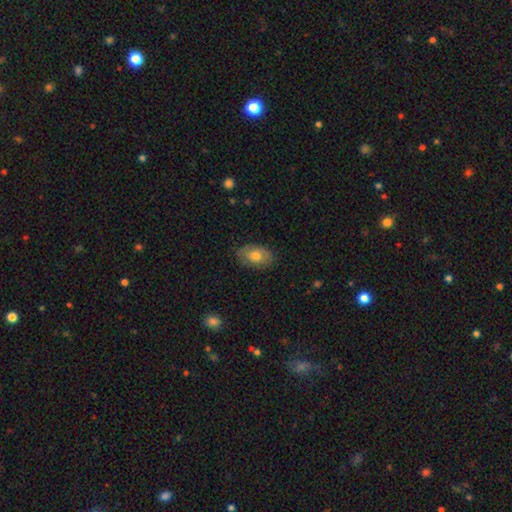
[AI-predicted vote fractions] This appears to be a smooth galaxy with no disk features (65%) that is in between round and cigar-shaped (89%). Merging: none (78%).